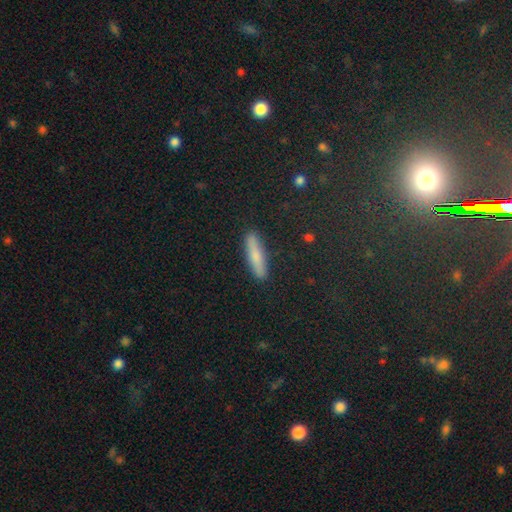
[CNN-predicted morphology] Overall: smooth (72%). How rounded: cigar-shaped (84%). Merging: none (90%).